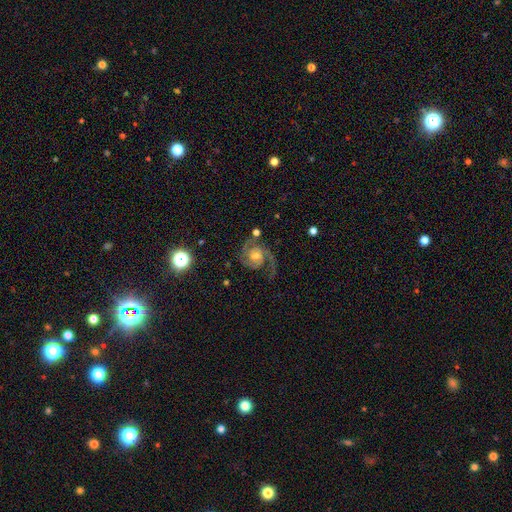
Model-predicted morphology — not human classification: A featured or disk galaxy (89%) with no bar (57%), 2 (77%) medium (50%) spiral arms (98%) and a moderate central bulge (57%). Merging: none (63%).